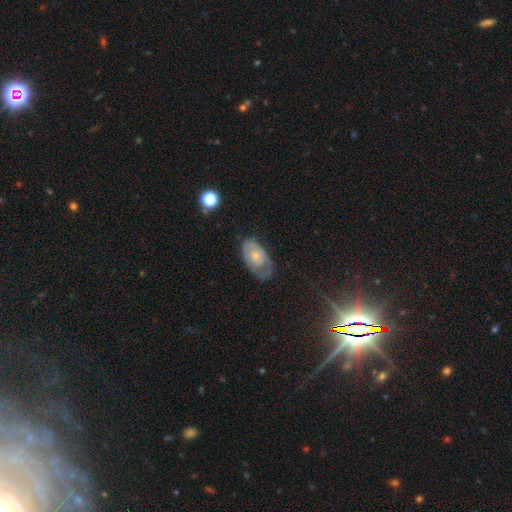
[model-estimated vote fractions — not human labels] Q: Smooth or featured?
A: featured or disk (51%); runner-up: smooth (42%)
Q: Edge-on disk?
A: no (93%); runner-up: yes (7%)
Q: Merging?
A: none (58%); runner-up: minor disturbance (27%)